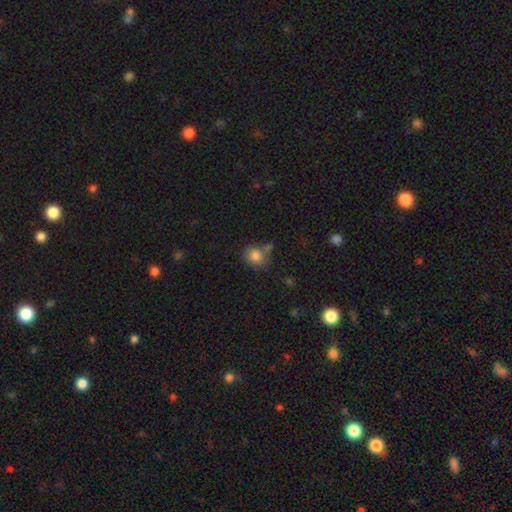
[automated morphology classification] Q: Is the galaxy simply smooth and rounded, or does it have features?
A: smooth — 82%.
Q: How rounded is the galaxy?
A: round — 73%.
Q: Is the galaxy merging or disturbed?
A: none — 60%.